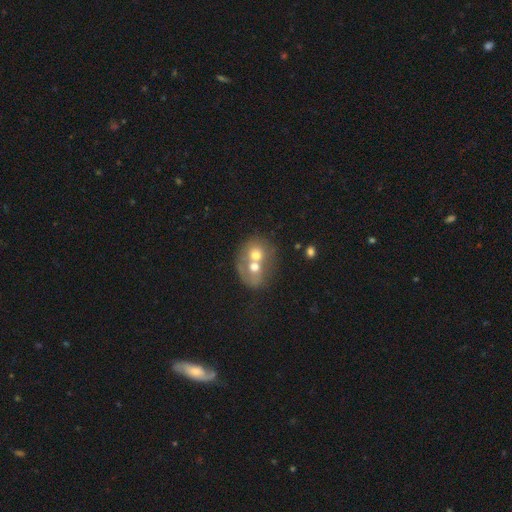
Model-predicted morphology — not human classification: smooth-or-featured: smooth: 53% | featured or disk: 37% | star or artifact: 9%
  how-rounded: round: 62% | in between: 37% | cigar-shaped: 1%
  merging: merger: 75% | none: 15% | minor disturbance: 5% | major disturbance: 4%